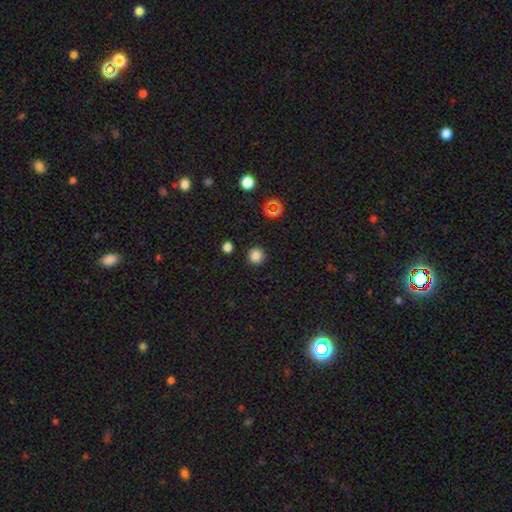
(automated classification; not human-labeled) Smooth or featured?
  - smooth: 81% *
  - star or artifact: 15%
  - featured or disk: 4%
How rounded?
  - round: 95% *
  - in between: 4%
  - cigar-shaped: 1%
Merging?
  - none: 91% *
  - minor disturbance: 5%
  - major disturbance: 2%
  - merger: 2%